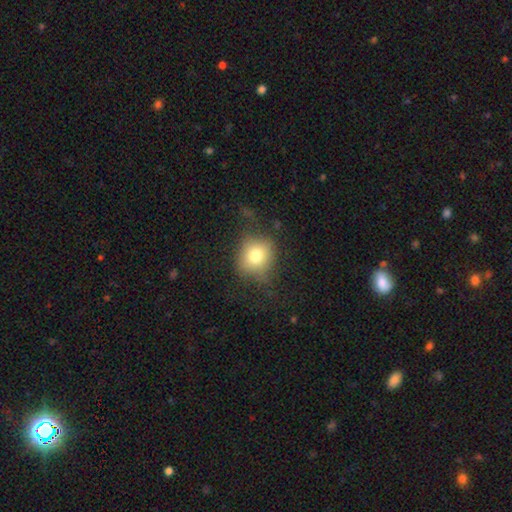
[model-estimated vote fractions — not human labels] This is likely a smooth galaxy (73%). How rounded: likely round (78%). Merging: likely none (66%).